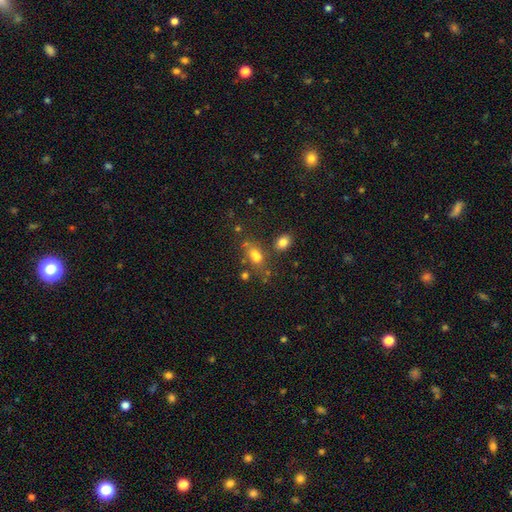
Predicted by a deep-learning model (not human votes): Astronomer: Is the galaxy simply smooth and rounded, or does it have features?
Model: smooth — 69%.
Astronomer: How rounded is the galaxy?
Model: in between — 73%.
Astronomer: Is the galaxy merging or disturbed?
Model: none — 50%.